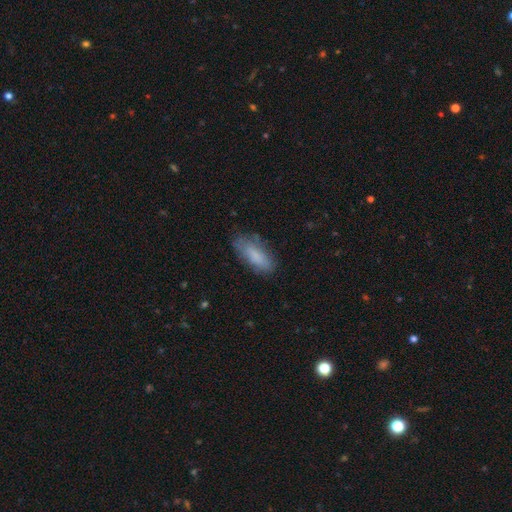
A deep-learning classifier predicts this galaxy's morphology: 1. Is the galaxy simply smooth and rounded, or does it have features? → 80% smooth, 13% featured or disk, 7% star or artifact.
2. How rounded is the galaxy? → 75% in between, 23% cigar-shaped, 2% round.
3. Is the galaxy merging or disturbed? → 70% none, 22% minor disturbance, 6% major disturbance, 2% merger.